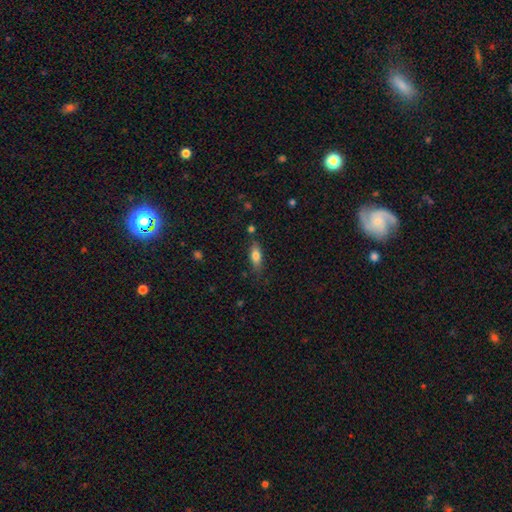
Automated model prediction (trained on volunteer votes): Smooth or featured: smooth — 76% (featured or disk — 16%)
How rounded: in between — 72% (cigar-shaped — 25%)
Merging: none — 75% (minor disturbance — 17%)